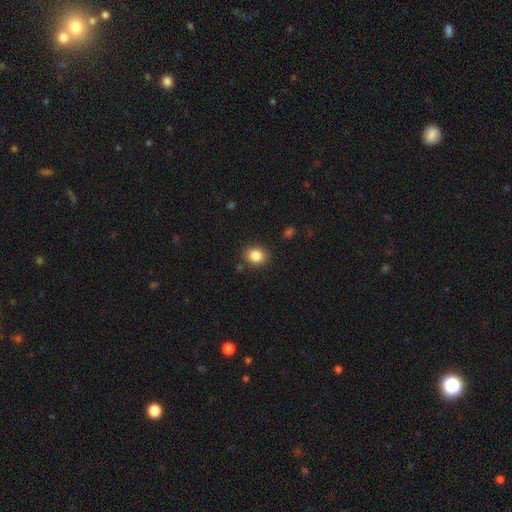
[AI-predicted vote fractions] smooth-or-featured: smooth: 85% | star or artifact: 10% | featured or disk: 5%
  how-rounded: round: 65% | in between: 34% | cigar-shaped: 1%
  merging: none: 87% | minor disturbance: 9% | major disturbance: 2% | merger: 2%